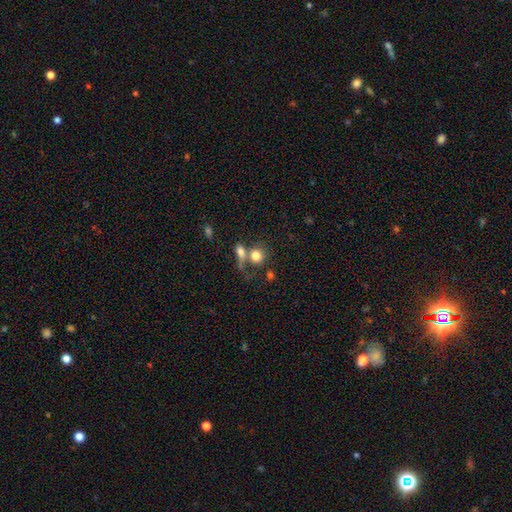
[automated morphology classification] Smooth or featured? Predicted: smooth (p=0.77). How rounded? Predicted: round (p=0.72). Merging? Predicted: merger (p=0.46).